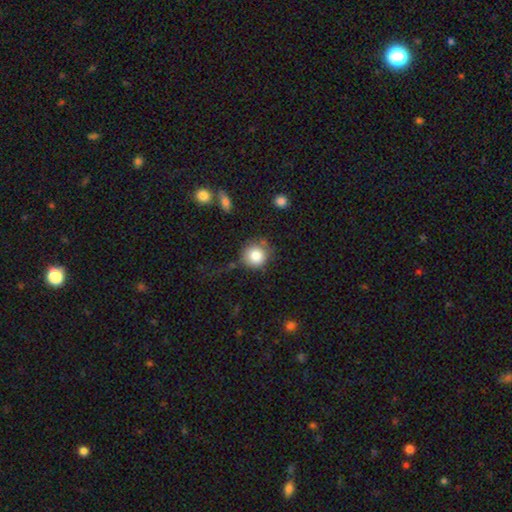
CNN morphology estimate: smooth_or_featured: smooth (p=0.83) [alt: star or artifact p=0.09]
how_rounded: round (p=0.92) [alt: in between p=0.07]
merging: none (p=0.73) [alt: minor disturbance p=0.16]